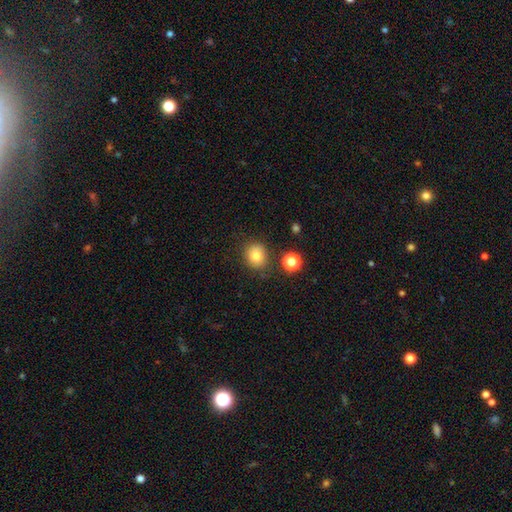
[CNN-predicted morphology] Smooth or featured: smooth — 80% (star or artifact — 12%)
How rounded: round — 77% (in between — 22%)
Merging: none — 82% (minor disturbance — 11%)